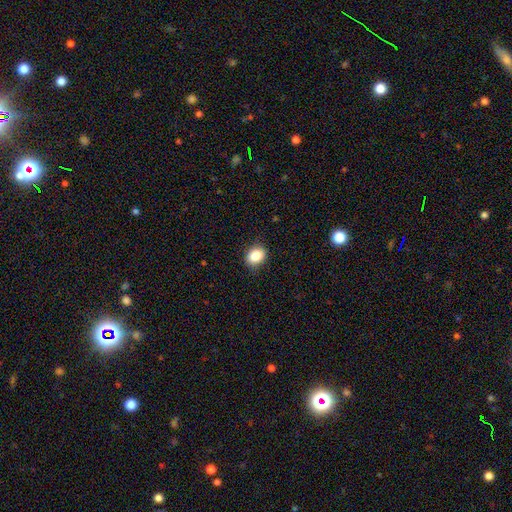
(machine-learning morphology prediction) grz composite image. It shows a smooth galaxy with no disk features (84%) that is in between round and cigar-shaped (57%). Merging: none (84%).